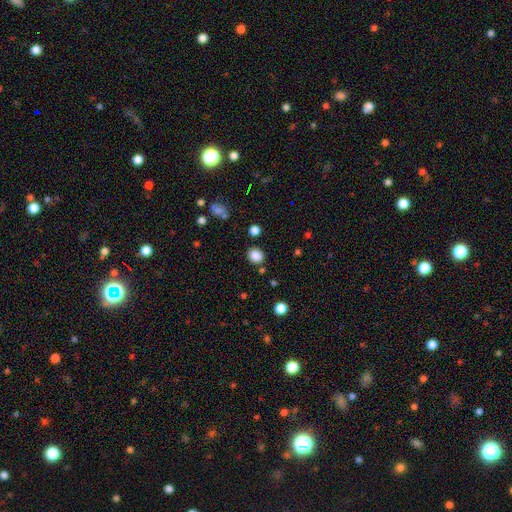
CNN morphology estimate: Smooth or featured? smooth (85%)
How rounded? round (66%)
Merging? none (83%)